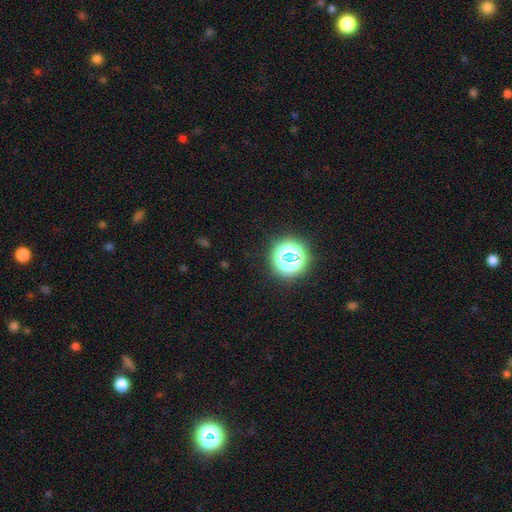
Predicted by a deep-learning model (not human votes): Smooth or featured: star or artifact — 76% (smooth — 18%)